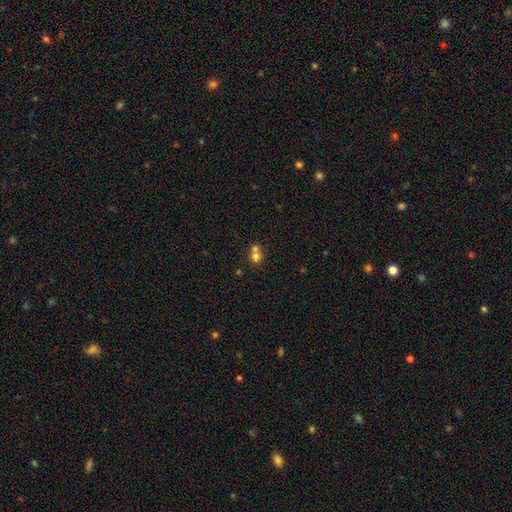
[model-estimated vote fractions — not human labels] The model was most divided on "merging": merger: 59%, none: 33%, minor disturbance: 5%, major disturbance: 2%. More confident: how rounded — round (81%); smooth or featured — smooth (71%).